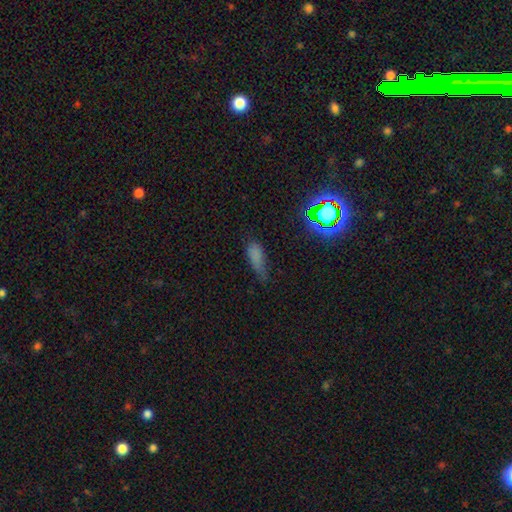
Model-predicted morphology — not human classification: Smooth or featured?
  - smooth: 68% *
  - star or artifact: 22%
  - featured or disk: 10%
How rounded?
  - in between: 60% *
  - cigar-shaped: 36%
  - round: 4%
Merging?
  - none: 46% *
  - minor disturbance: 35%
  - major disturbance: 16%
  - merger: 3%